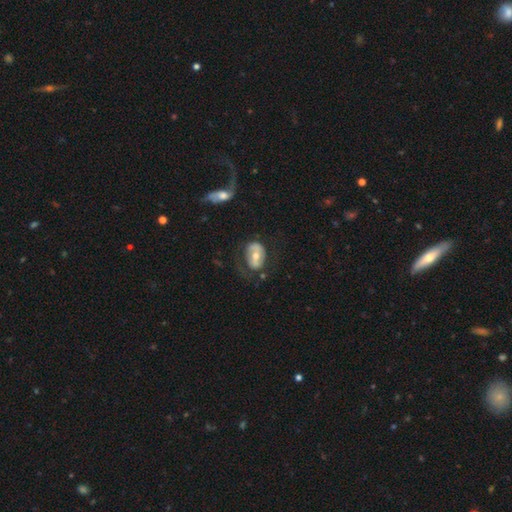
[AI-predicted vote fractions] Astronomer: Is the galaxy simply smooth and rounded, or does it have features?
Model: featured or disk — 56% (runner-up: smooth, 38%).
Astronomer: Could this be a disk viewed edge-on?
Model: no — 94%.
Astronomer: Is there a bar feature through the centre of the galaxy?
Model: no — 40% (runner-up: weak, 31%).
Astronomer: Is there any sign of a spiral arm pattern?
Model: no — 54% (runner-up: yes, 46%).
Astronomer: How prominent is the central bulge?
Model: moderate — 70%.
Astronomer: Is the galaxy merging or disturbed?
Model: none — 51%.